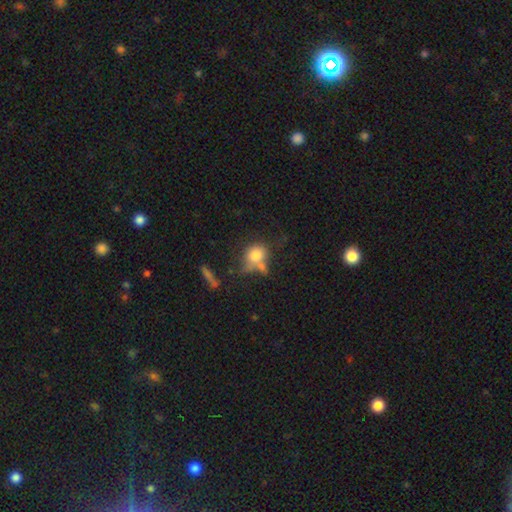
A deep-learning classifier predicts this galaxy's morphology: This is likely a smooth galaxy (76%). How rounded: likely round (61%). Merging: marginally none (42%).